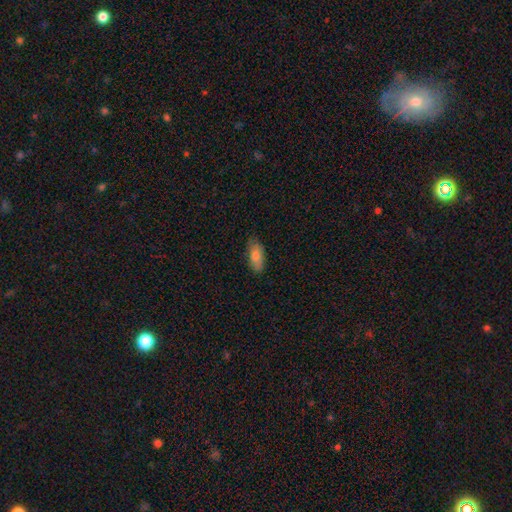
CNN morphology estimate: Smooth or featured? Predicted: smooth (p=0.77). How rounded? Predicted: in between (p=0.82). Merging? Predicted: none (p=0.80).